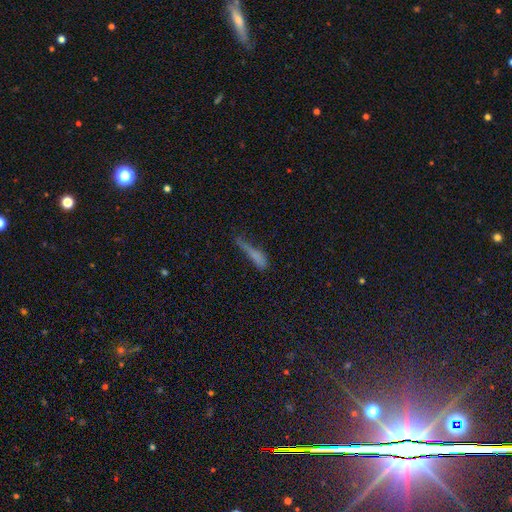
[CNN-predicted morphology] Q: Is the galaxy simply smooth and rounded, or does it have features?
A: smooth — 67%.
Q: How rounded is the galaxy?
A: cigar-shaped — 80%.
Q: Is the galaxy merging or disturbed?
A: none — 39%.